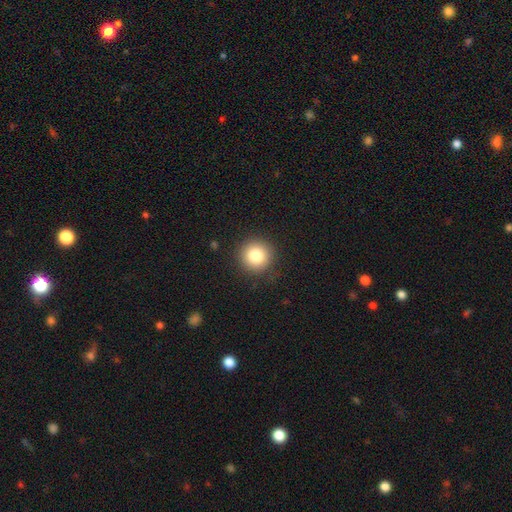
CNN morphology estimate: This appears to be a smooth galaxy with no disk features (82%) that is round (94%). Merging: none (90%).